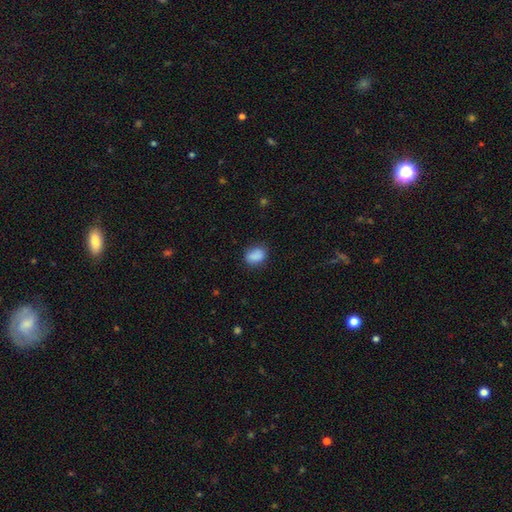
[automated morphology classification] smooth 88%, star or artifact 8%, featured or disk 4%. Down the decision tree: how rounded — in between (73%); merging — none (79%).